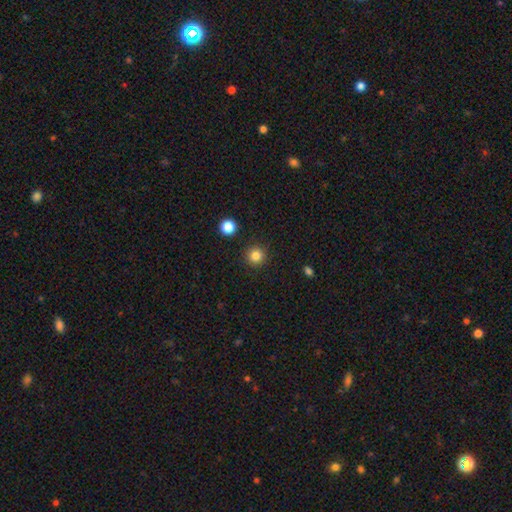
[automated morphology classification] Smooth or featured: smooth — 83% (star or artifact — 12%)
How rounded: round — 96% (in between — 3%)
Merging: none — 92% (minor disturbance — 5%)